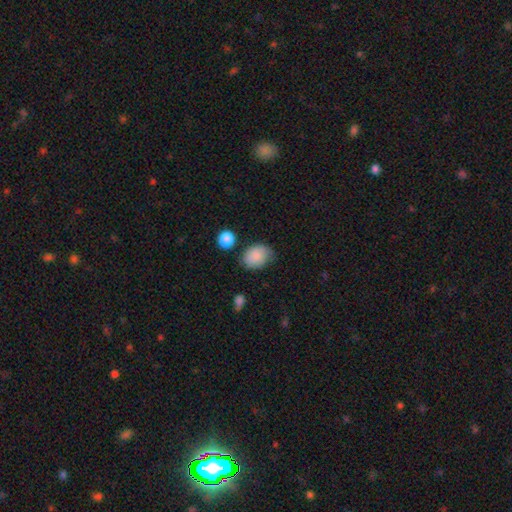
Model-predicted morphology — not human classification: Overall: smooth (86%). How rounded: in between (67%; round 32%). Merging: none (68%).